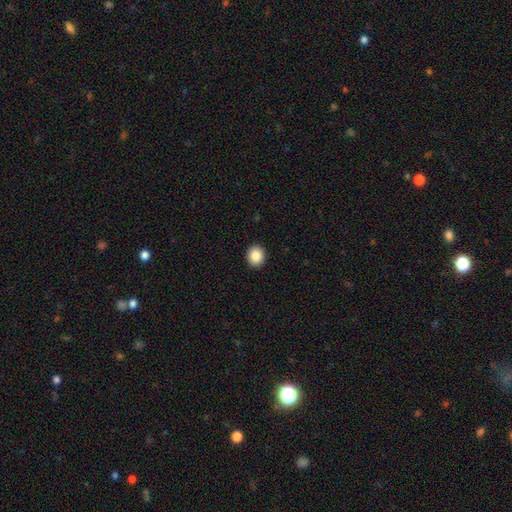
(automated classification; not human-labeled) This is clearly a smooth galaxy (86%). How rounded: likely round (79%). Merging: clearly none (92%).